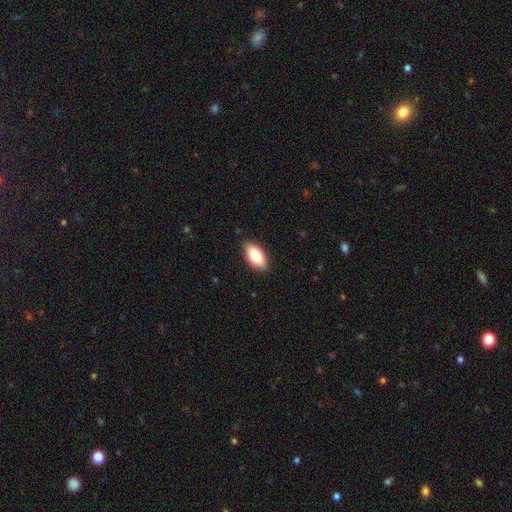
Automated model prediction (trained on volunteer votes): Q: Smooth or featured?
A: smooth (84%); runner-up: featured or disk (9%)
Q: How rounded?
A: in between (92%); runner-up: cigar-shaped (6%)
Q: Merging?
A: none (86%); runner-up: minor disturbance (11%)